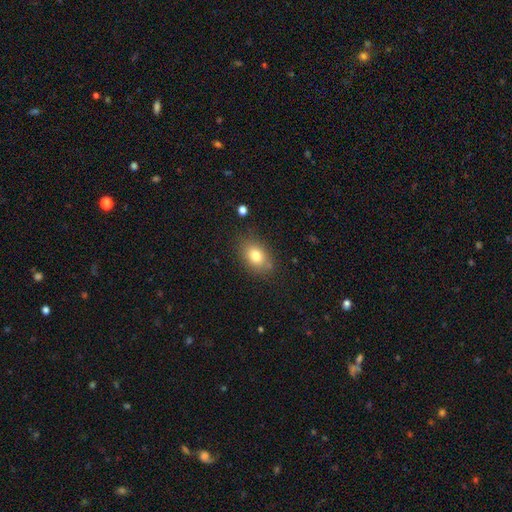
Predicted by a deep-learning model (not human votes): smooth 80%, featured or disk 11%, star or artifact 10%. Down the decision tree: how rounded — in between (76%); merging — none (79%).